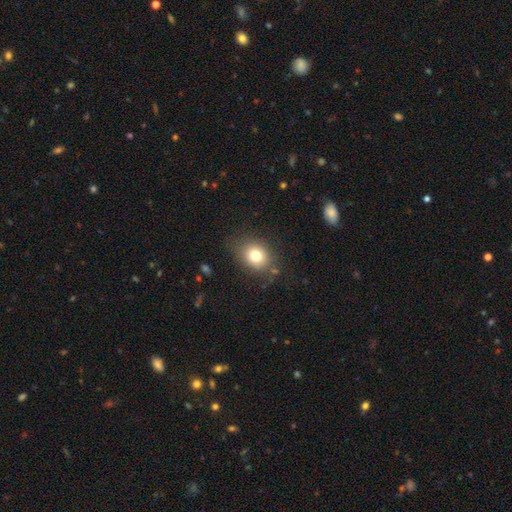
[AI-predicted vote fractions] smooth 76%, star or artifact 12%, featured or disk 12%. Down the decision tree: how rounded — round (62%); merging — none (77%).